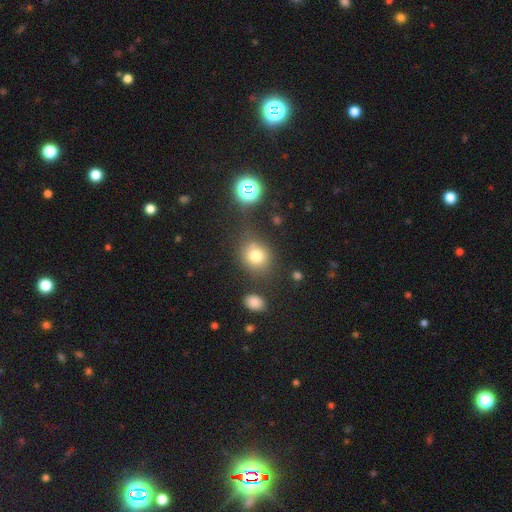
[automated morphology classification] Smooth or featured? smooth (76%)
How rounded? round (72%)
Merging? none (70%)